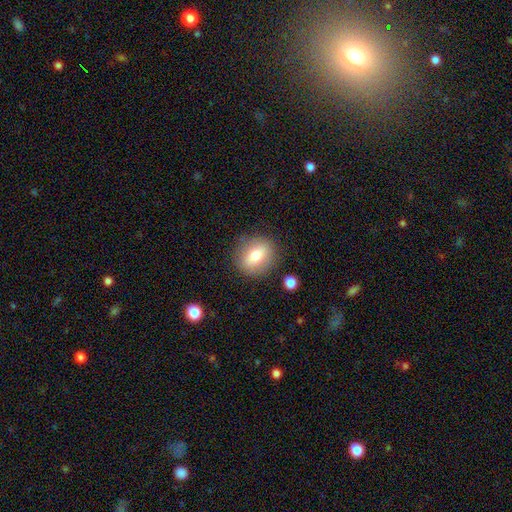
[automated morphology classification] type=smooth (70%); roundness=round (57%); merging=none (83%).